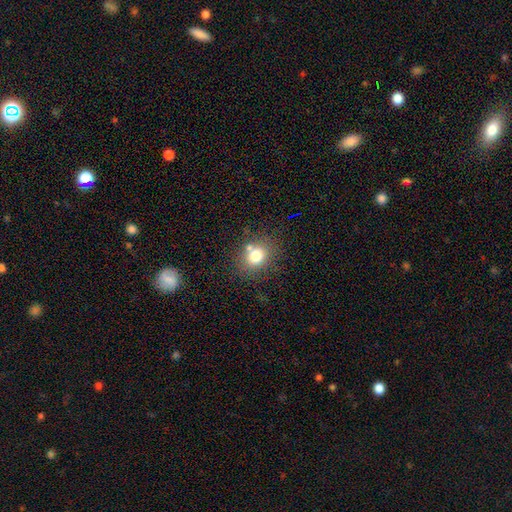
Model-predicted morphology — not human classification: Smooth or featured?
  - smooth: 75% *
  - star or artifact: 13%
  - featured or disk: 11%
How rounded?
  - round: 64% *
  - in between: 35%
  - cigar-shaped: 1%
Merging?
  - none: 70% *
  - minor disturbance: 13%
  - merger: 13%
  - major disturbance: 4%